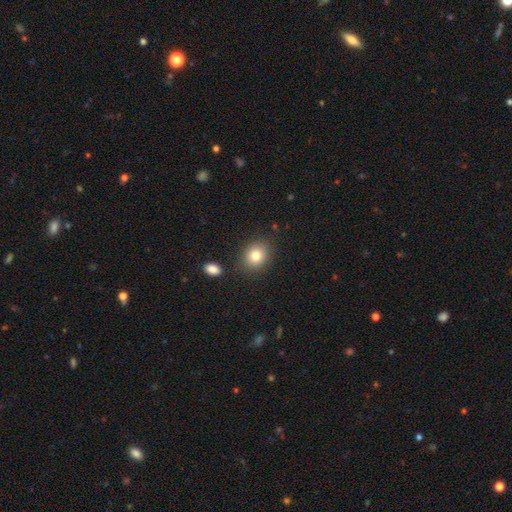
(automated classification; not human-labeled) This appears to be a smooth galaxy with no disk features (81%) that is round (56%). Merging: none (83%).